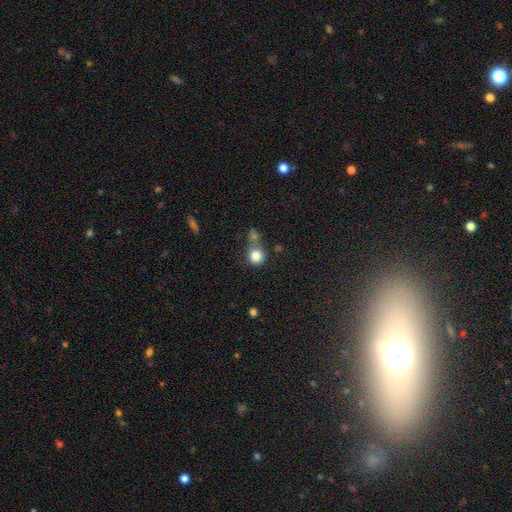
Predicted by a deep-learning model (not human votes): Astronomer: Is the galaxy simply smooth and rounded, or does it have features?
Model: smooth — 84%.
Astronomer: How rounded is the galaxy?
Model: round — 87%.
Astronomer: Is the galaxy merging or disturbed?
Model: none — 52% (runner-up: merger, 29%).